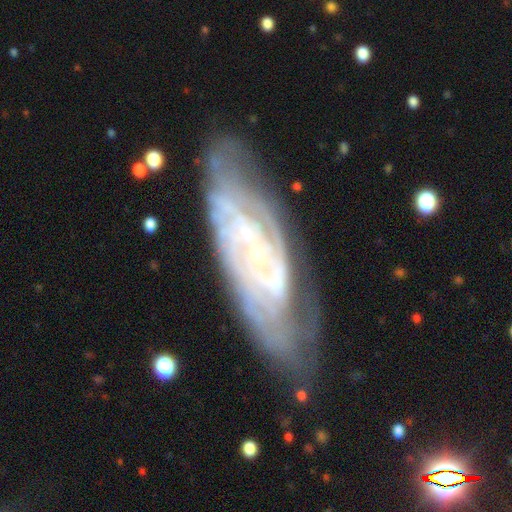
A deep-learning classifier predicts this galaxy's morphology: Smooth or featured: featured or disk — 83% (smooth — 10%)
Edge-on disk: no — 86% (yes — 14%)
Bar: no — 55% (weak — 31%)
Spiral arms: yes — 92% (no — 8%)
Spiral winding: tight — 67% (medium — 26%)
Spiral arm count: can't tell — 42% (2 — 25%)
Bulge size: small — 81% (moderate — 11%)
Merging: none — 70% (minor disturbance — 20%)